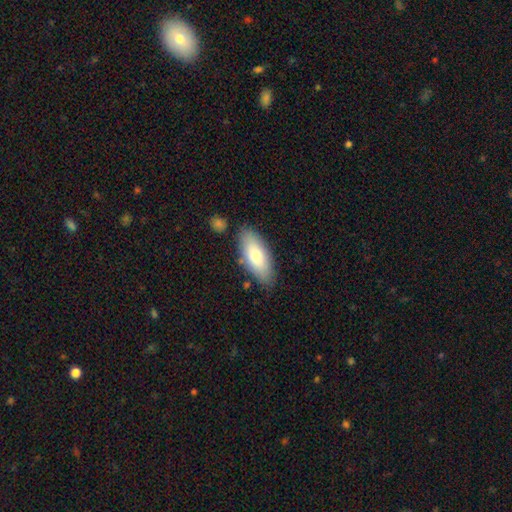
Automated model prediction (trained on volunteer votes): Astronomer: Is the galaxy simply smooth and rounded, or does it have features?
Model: smooth — 75%.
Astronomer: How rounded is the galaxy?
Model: in between — 78%.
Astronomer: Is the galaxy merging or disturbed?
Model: none — 80%.